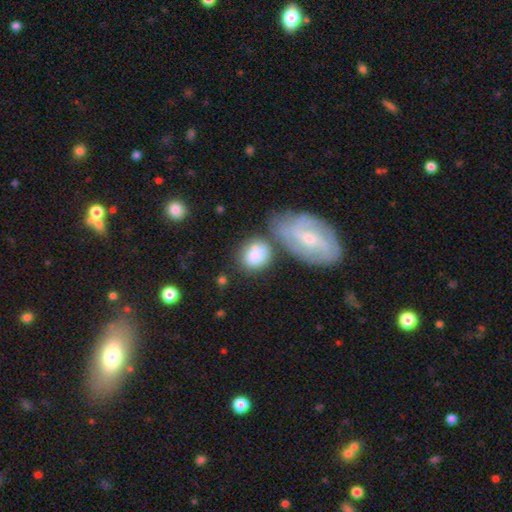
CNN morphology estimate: Smooth or featured: smooth — 74% (featured or disk — 19%)
How rounded: round — 54% (in between — 44%)
Merging: none — 44% (merger — 29%)